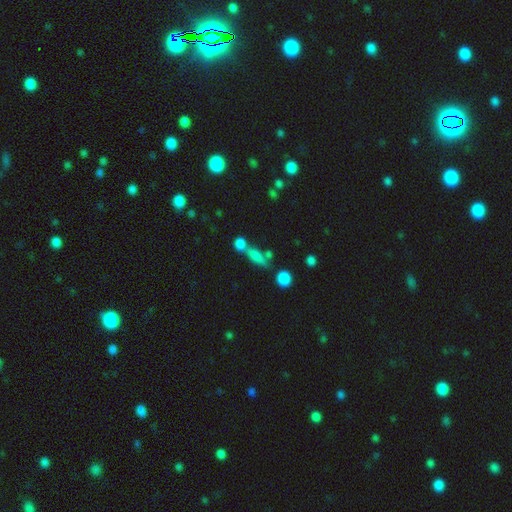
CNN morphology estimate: A smooth galaxy with no disk features (70%) that is in between round and cigar-shaped (49%). Merging: none (42%).